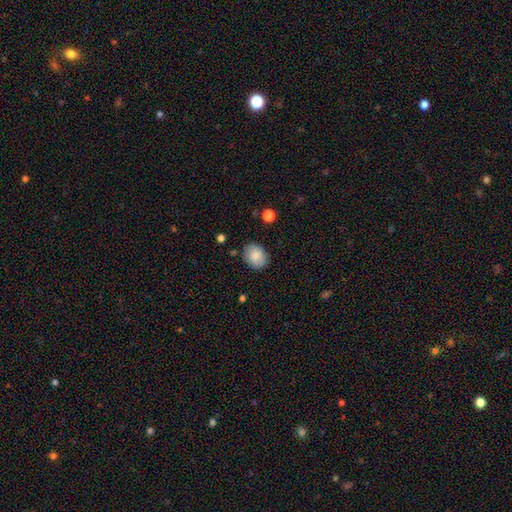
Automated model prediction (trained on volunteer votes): This appears to be a smooth galaxy with no disk features (85%) that is in between round and cigar-shaped (63%). Merging: none (84%).